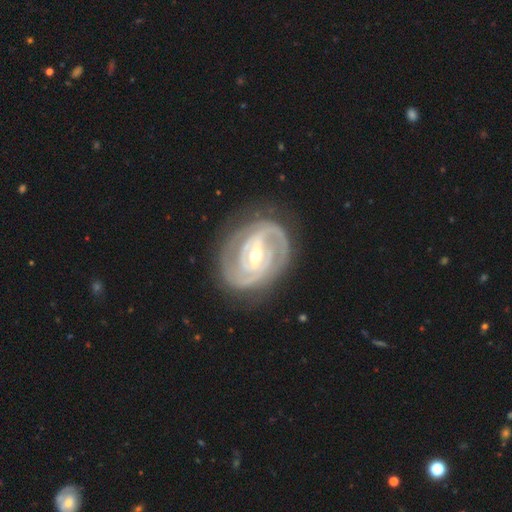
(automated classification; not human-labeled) Smooth or featured?
  - featured or disk: 91% *
  - smooth: 5%
  - star or artifact: 4%
Edge-on disk?
  - no: 97% *
  - yes: 3%
Bar?
  - strong: 43% *
  - weak: 42%
  - no: 16%
Spiral arms?
  - yes: 97% *
  - no: 3%
Spiral winding?
  - tight: 67% *
  - medium: 28%
  - loose: 5%
Spiral arm count?
  - 2: 60% *
  - 3: 17%
  - can't tell: 12%
  - 4: 4%
  - 1: 4%
  - more than 4: 3%
Bulge size?
  - moderate: 50% *
  - small: 46%
  - large: 2%
  - none: 1%
  - dominant: 1%
Merging?
  - none: 77% *
  - minor disturbance: 15%
  - major disturbance: 6%
  - merger: 1%